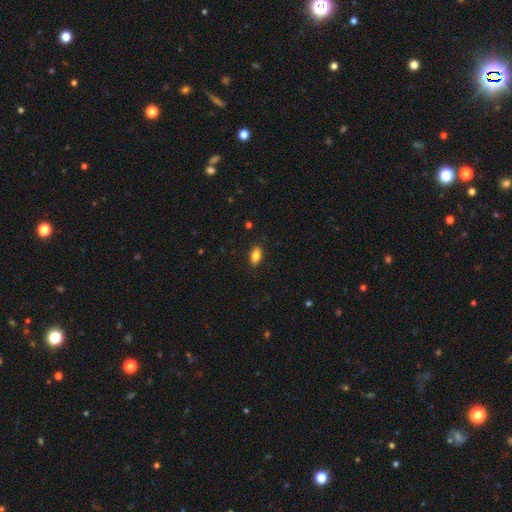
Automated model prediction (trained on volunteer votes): Smooth or featured? smooth (83%)
How rounded? in between (89%)
Merging? none (88%)